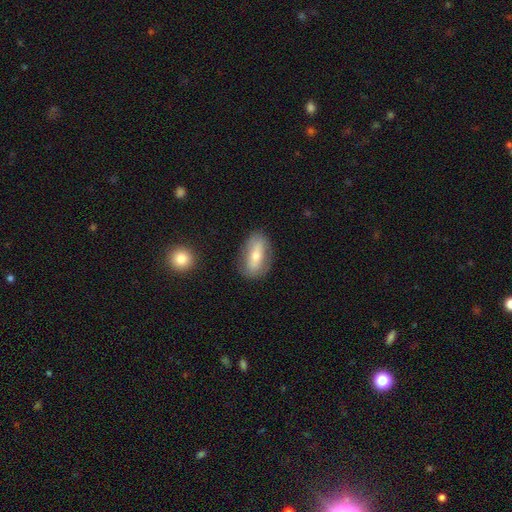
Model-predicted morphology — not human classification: smooth-or-featured: smooth: 54% | featured or disk: 39% | star or artifact: 7%
  how-rounded: in between: 84% | round: 9% | cigar-shaped: 8%
  merging: none: 79% | minor disturbance: 14% | major disturbance: 5% | merger: 2%